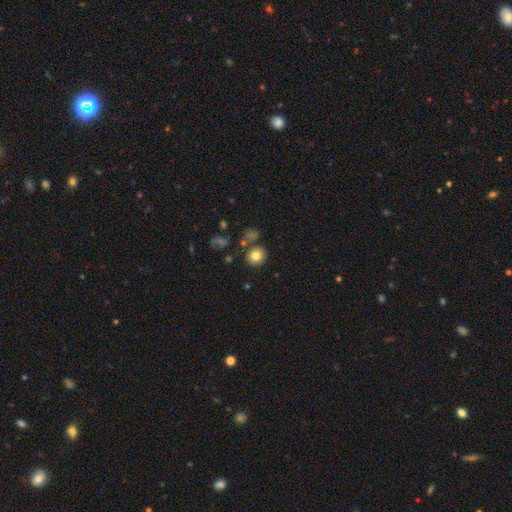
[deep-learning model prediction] A smooth galaxy with no disk features (81%) that is round (86%).

Vote fractions:
- Smooth or featured? smooth: 81% / star or artifact: 11% / featured or disk: 8%
- How rounded? round: 86% / in between: 13% / cigar-shaped: 1%
- Merging? none: 81% / minor disturbance: 9% / merger: 7% / major disturbance: 3%